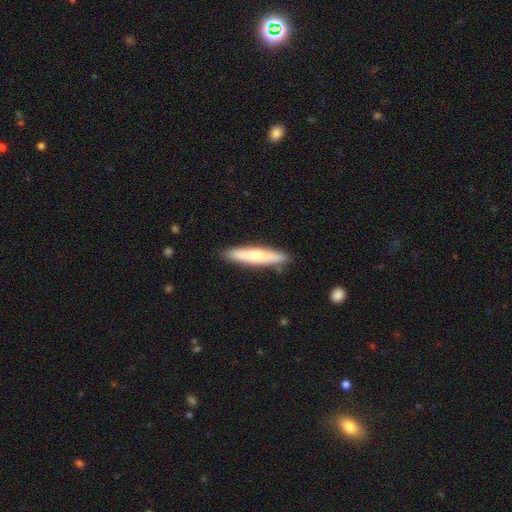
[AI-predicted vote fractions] Smooth or featured? smooth (70%)
How rounded? cigar-shaped (90%)
Merging? none (87%)